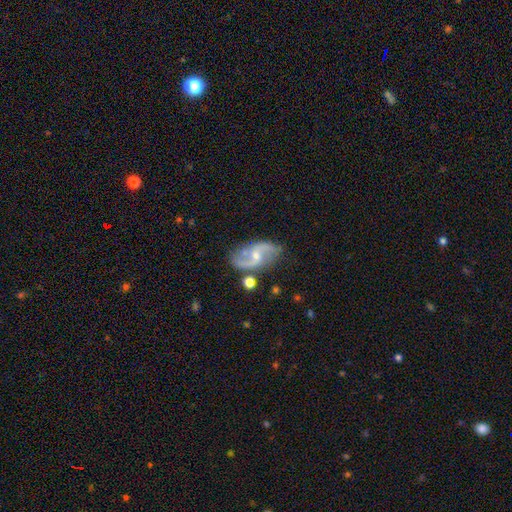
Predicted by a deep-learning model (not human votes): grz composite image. It shows a featured or disk galaxy (86%) with no bar (45%), 2 (92%) loose (59%) spiral arms (96%) and a small central bulge (52%). Merging: none (75%).